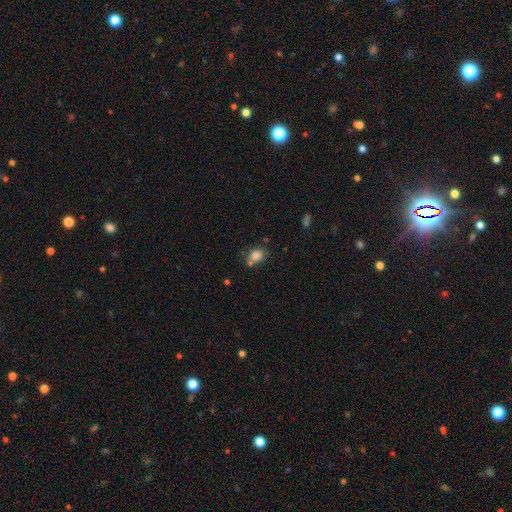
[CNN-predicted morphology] smooth-or-featured: smooth: 82% | star or artifact: 11% | featured or disk: 7%
  how-rounded: in between: 50% | round: 49% | cigar-shaped: 1%
  merging: none: 60% | merger: 18% | minor disturbance: 17% | major disturbance: 6%